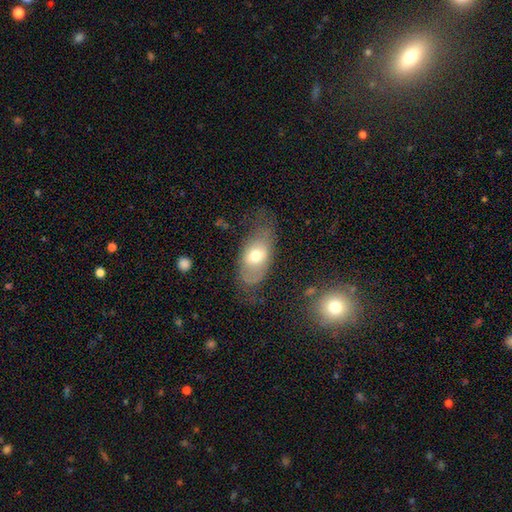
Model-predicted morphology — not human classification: Smooth or featured? smooth (58%)
How rounded? in between (88%)
Merging? none (52%)